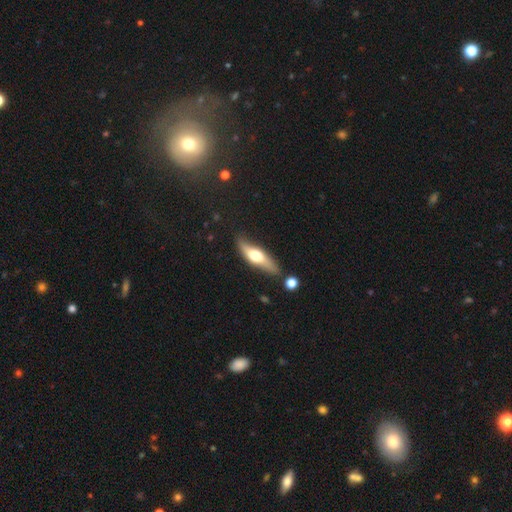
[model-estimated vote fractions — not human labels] Overall: featured or disk (50%; smooth 44%). Edge-on disk: yes (78%). Merging: none (74%).